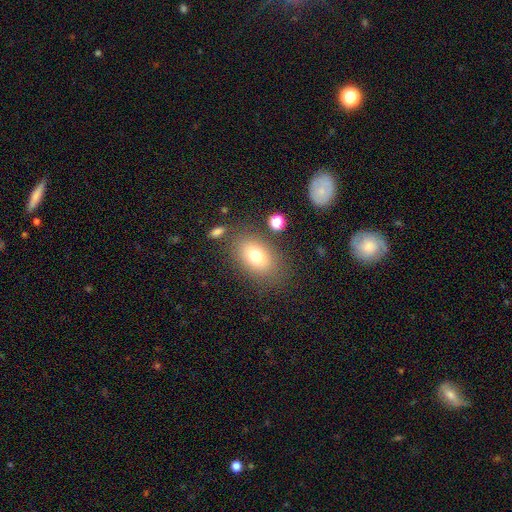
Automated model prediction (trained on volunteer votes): Q: Smooth or featured?
A: smooth (76%); runner-up: featured or disk (14%)
Q: How rounded?
A: in between (83%); runner-up: round (15%)
Q: Merging?
A: none (76%); runner-up: minor disturbance (13%)